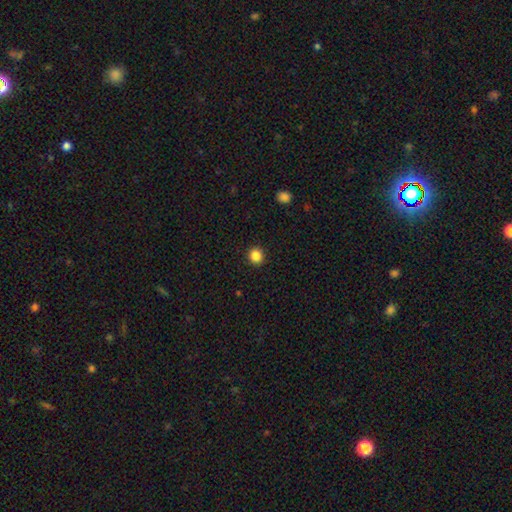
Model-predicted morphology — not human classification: Smooth or featured: smooth — 86% (star or artifact — 10%)
How rounded: round — 89% (in between — 11%)
Merging: none — 93% (minor disturbance — 5%)